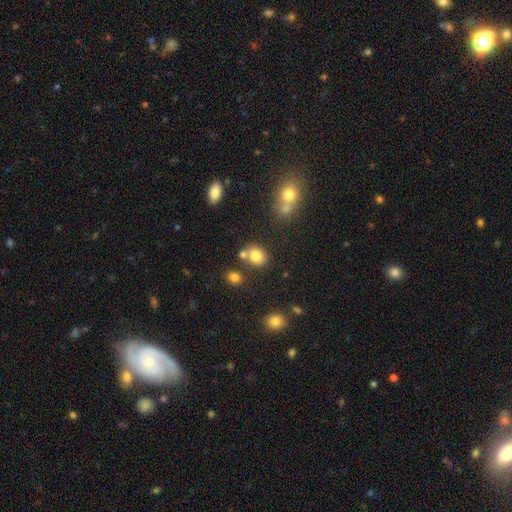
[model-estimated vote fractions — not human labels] smooth_or_featured: smooth (p=0.80) [alt: star or artifact p=0.12]
how_rounded: round (p=0.54) [alt: in between p=0.45]
merging: none (p=0.63) [alt: merger p=0.20]